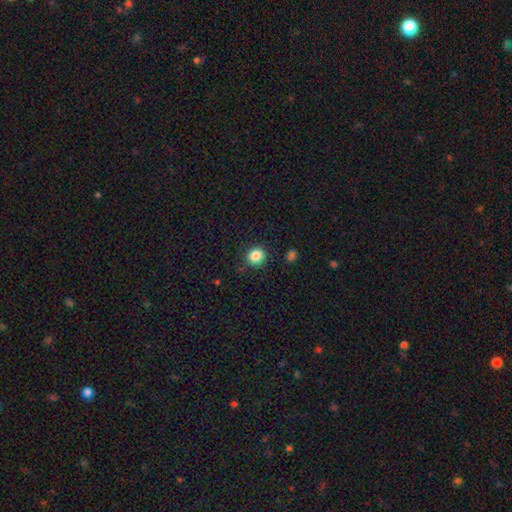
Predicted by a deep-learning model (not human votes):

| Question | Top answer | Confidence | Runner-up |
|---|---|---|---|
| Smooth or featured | smooth | 85% | star or artifact (11%) |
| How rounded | round | 84% | in between (15%) |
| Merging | none | 88% | minor disturbance (8%) |